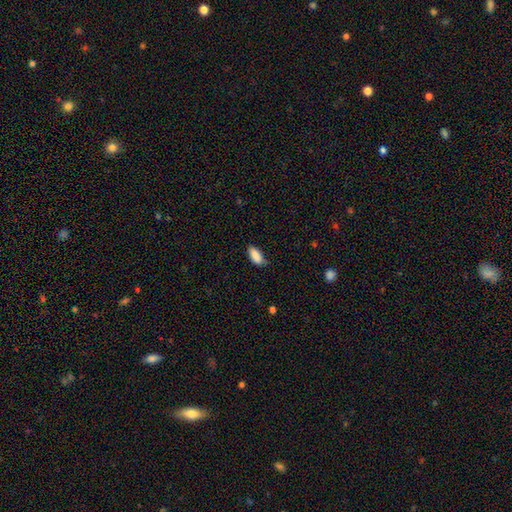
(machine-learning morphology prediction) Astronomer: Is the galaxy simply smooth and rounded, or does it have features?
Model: smooth — 88%.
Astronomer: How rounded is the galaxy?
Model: in between — 84%.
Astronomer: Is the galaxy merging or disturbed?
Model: none — 71%.